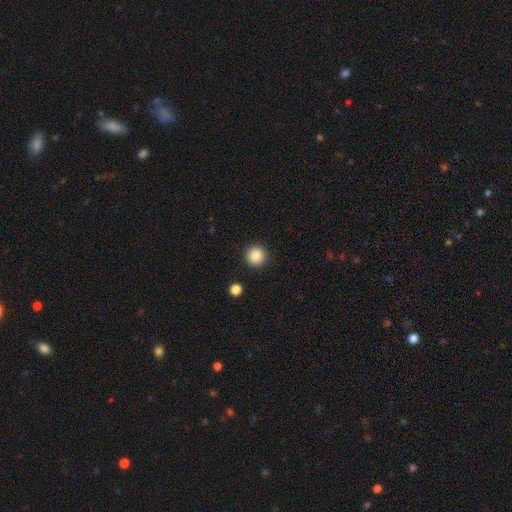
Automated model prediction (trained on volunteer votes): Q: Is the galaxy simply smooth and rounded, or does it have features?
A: smooth — 86%.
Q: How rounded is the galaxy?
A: round — 96%.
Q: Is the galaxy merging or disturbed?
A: none — 92%.